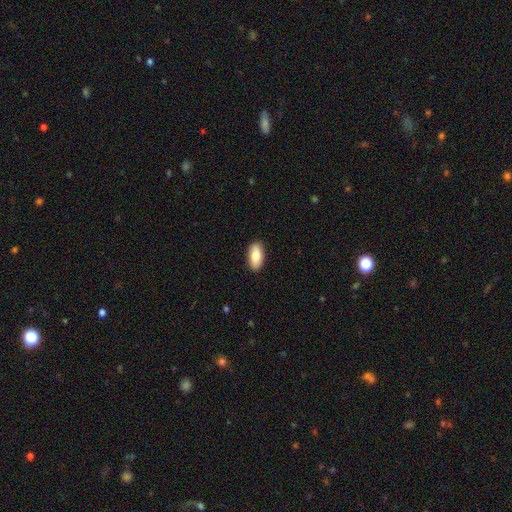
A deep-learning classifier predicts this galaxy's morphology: Smooth or featured: smooth — 80% (featured or disk — 14%)
How rounded: in between — 89% (cigar-shaped — 8%)
Merging: none — 89% (minor disturbance — 8%)